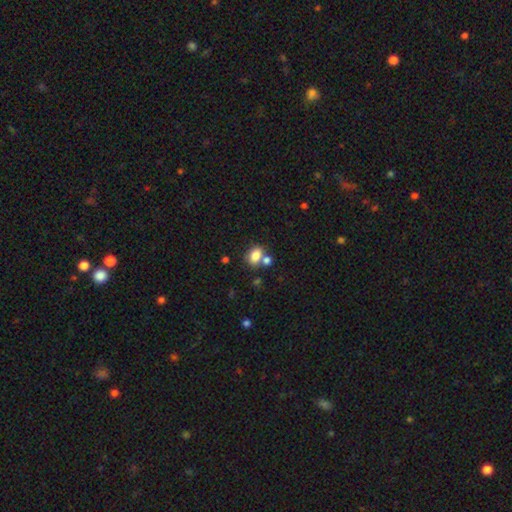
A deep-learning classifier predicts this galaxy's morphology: smooth_or_featured: smooth (p=0.81) [alt: star or artifact p=0.10]
how_rounded: in between (p=0.72) [alt: round p=0.26]
merging: none (p=0.54) [alt: merger p=0.30]